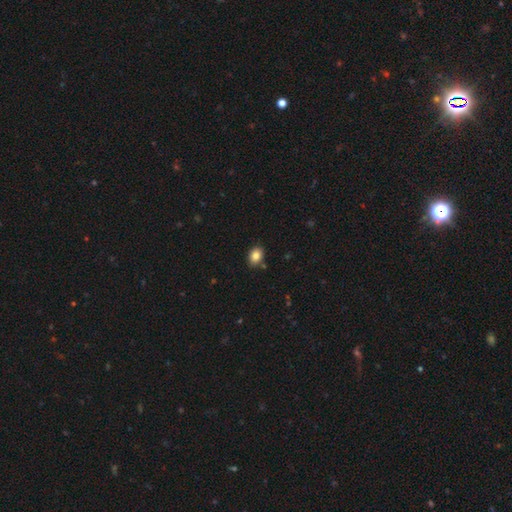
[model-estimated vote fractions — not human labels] Smooth or featured?
  - smooth: 86% *
  - star or artifact: 9%
  - featured or disk: 6%
How rounded?
  - in between: 71% *
  - round: 28%
  - cigar-shaped: 1%
Merging?
  - none: 86% *
  - minor disturbance: 10%
  - merger: 3%
  - major disturbance: 2%